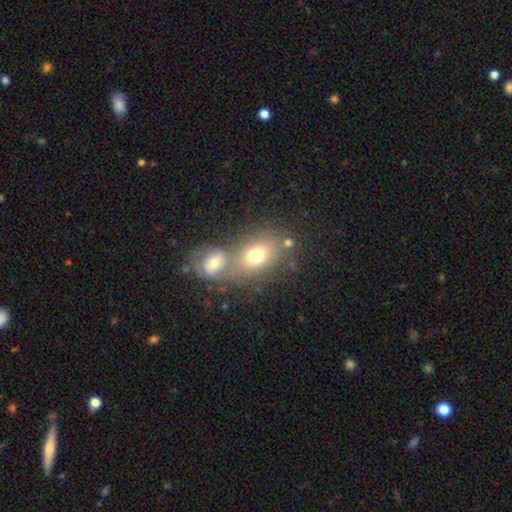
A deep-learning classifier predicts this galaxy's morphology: smooth-or-featured: smooth: 70% | featured or disk: 20% | star or artifact: 11%
  how-rounded: in between: 65% | round: 34% | cigar-shaped: 2%
  merging: merger: 46% | none: 38% | minor disturbance: 10% | major disturbance: 5%